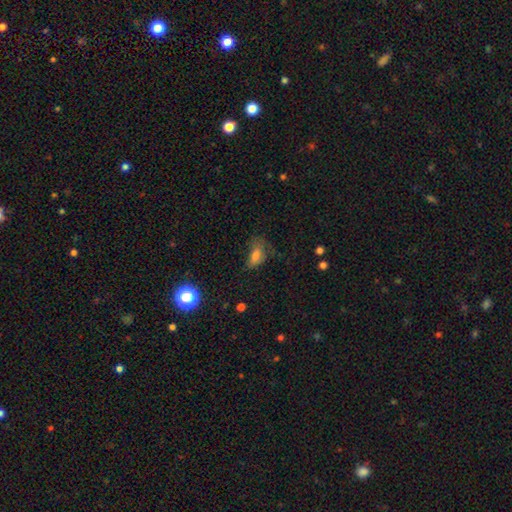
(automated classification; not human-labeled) Smooth or featured? Predicted: smooth (p=0.70). How rounded? Predicted: in between (p=0.85). Merging? Predicted: none (p=0.38).